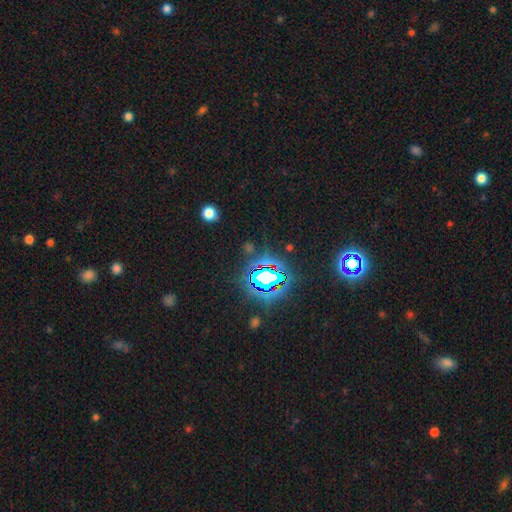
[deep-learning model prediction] Smooth or featured? Predicted: star or artifact (p=0.82).